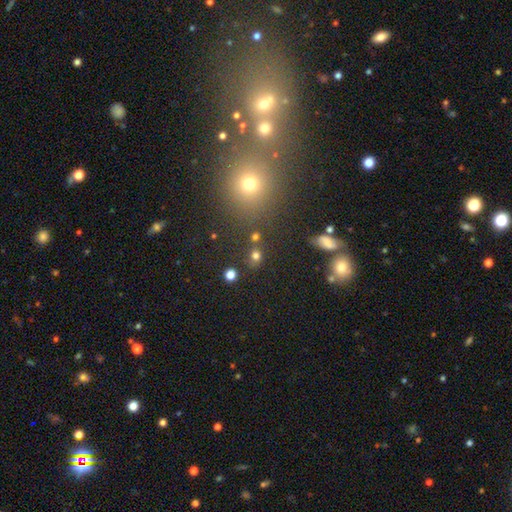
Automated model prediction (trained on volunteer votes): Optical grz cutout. It shows a smooth galaxy with no disk features (73%) that is round (69%). Merging: none (70%).